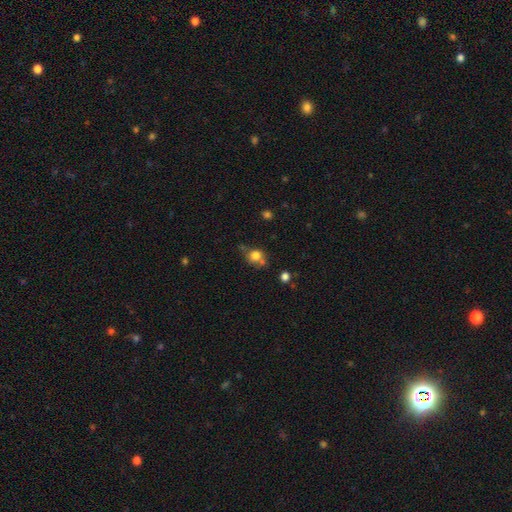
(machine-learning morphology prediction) smooth_or_featured: smooth (p=0.76) [alt: star or artifact p=0.13]
how_rounded: round (p=0.77) [alt: in between p=0.22]
merging: none (p=0.53) [alt: merger p=0.22]